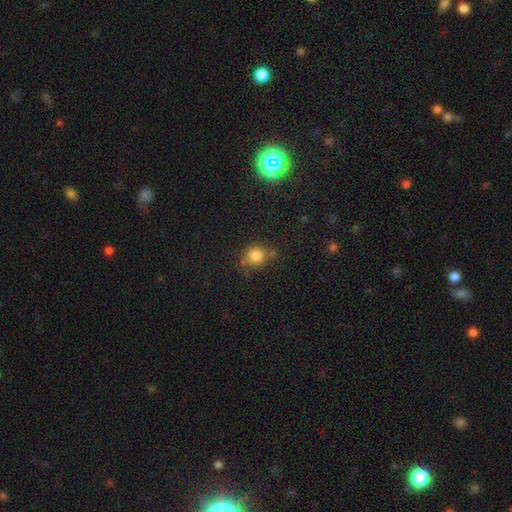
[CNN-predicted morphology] smooth_or_featured: smooth (p=0.82) [alt: star or artifact p=0.12]
how_rounded: round (p=0.86) [alt: in between p=0.13]
merging: none (p=0.65) [alt: minor disturbance p=0.18]